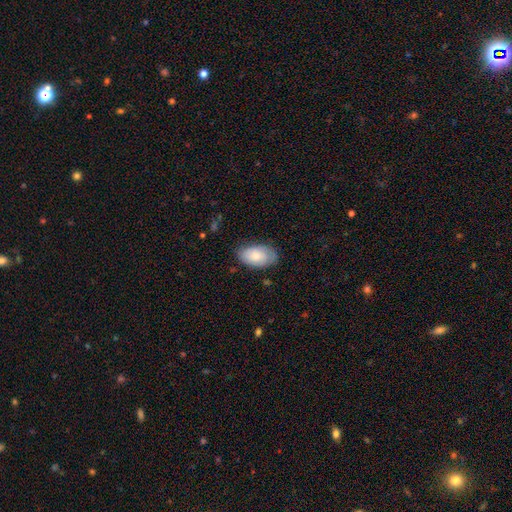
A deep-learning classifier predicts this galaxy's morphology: The model was most divided on "merging": none: 74%, minor disturbance: 21%, major disturbance: 4%, merger: 1%. More confident: how rounded — in between (94%); smooth or featured — smooth (75%).